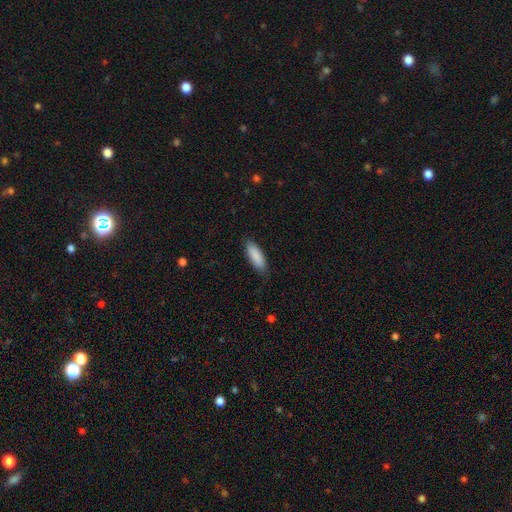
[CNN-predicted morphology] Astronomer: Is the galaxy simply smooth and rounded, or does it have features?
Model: smooth — 88%.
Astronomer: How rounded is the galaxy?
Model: in between — 64%.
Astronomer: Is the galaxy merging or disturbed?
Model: none — 84%.